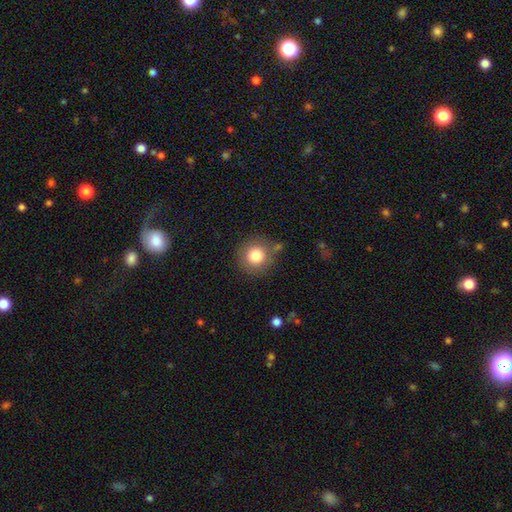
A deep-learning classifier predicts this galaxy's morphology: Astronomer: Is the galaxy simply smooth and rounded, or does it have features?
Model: smooth — 80%.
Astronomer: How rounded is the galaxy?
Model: round — 94%.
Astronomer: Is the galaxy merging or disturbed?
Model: none — 81%.